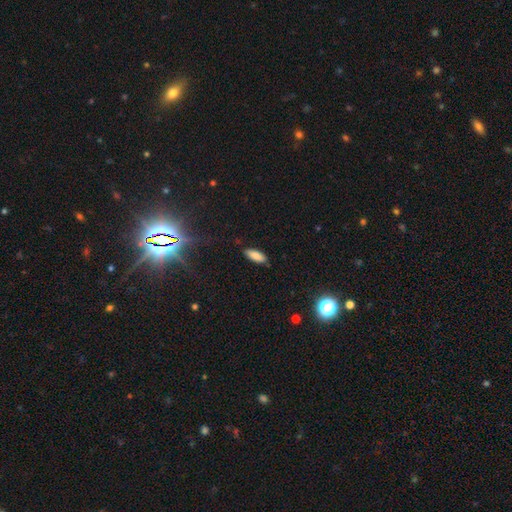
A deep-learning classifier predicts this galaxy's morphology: Smooth or featured?
  - smooth: 86% *
  - star or artifact: 8%
  - featured or disk: 6%
How rounded?
  - in between: 74% *
  - cigar-shaped: 24%
  - round: 2%
Merging?
  - none: 85% *
  - minor disturbance: 12%
  - major disturbance: 2%
  - merger: 1%